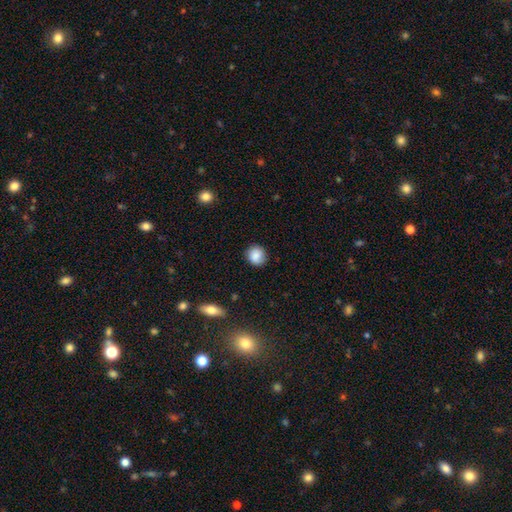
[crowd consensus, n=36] A smooth galaxy with no disk features (89%) that is round (84%). Merging: none (77%).